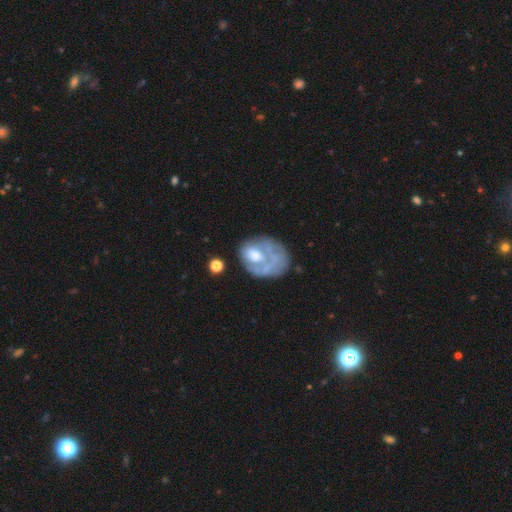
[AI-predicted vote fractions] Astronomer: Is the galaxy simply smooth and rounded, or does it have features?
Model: featured or disk — 53% (runner-up: smooth, 37%).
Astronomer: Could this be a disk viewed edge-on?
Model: no — 96%.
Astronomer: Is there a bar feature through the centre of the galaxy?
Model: no — 85%.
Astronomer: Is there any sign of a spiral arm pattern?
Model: no — 79%.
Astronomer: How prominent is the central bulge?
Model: moderate — 50%.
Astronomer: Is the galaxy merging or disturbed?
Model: none — 40% (runner-up: major disturbance, 29%).